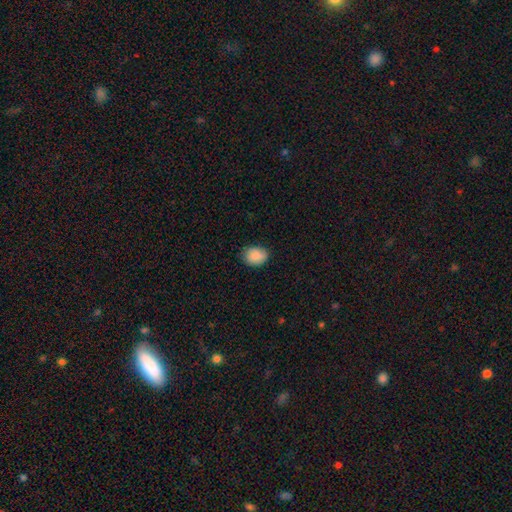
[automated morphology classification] Q: Smooth or featured?
A: smooth (88%); runner-up: star or artifact (7%)
Q: How rounded?
A: in between (55%); runner-up: round (44%)
Q: Merging?
A: none (81%); runner-up: minor disturbance (16%)